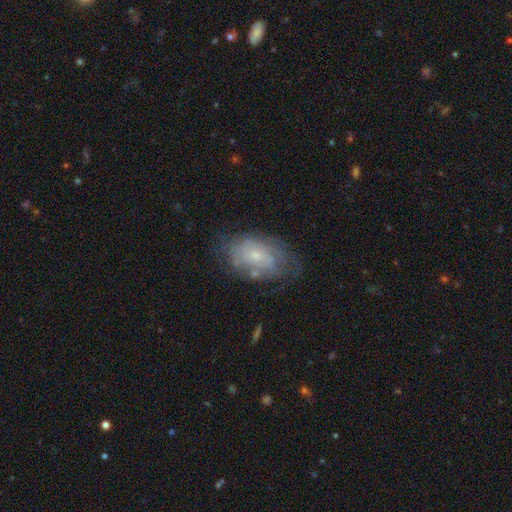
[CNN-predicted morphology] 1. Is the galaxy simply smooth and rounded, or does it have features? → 52% featured or disk, 39% smooth, 9% star or artifact.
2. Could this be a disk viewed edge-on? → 94% no, 6% yes.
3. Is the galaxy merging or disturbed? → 59% none, 25% minor disturbance, 12% major disturbance, 3% merger.